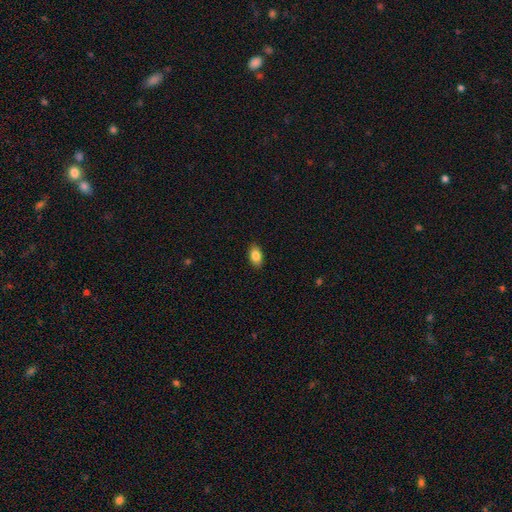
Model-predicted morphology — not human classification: smooth-or-featured: smooth: 85% | star or artifact: 8% | featured or disk: 7%
  how-rounded: in between: 89% | round: 9% | cigar-shaped: 2%
  merging: none: 88% | minor disturbance: 9% | major disturbance: 2% | merger: 1%